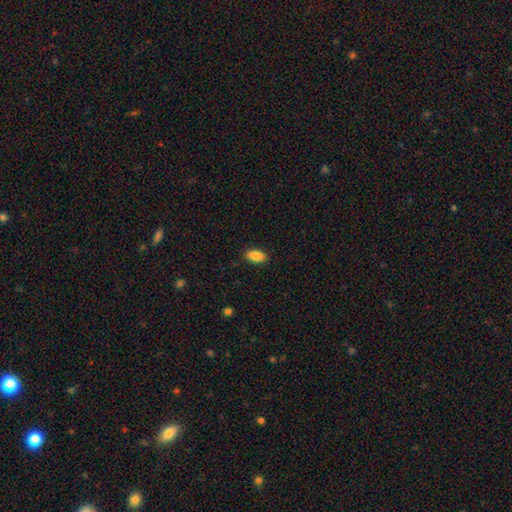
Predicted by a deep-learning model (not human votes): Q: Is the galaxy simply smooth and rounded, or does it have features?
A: smooth — 87%.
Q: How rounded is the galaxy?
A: in between — 92%.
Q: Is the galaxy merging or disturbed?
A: none — 88%.